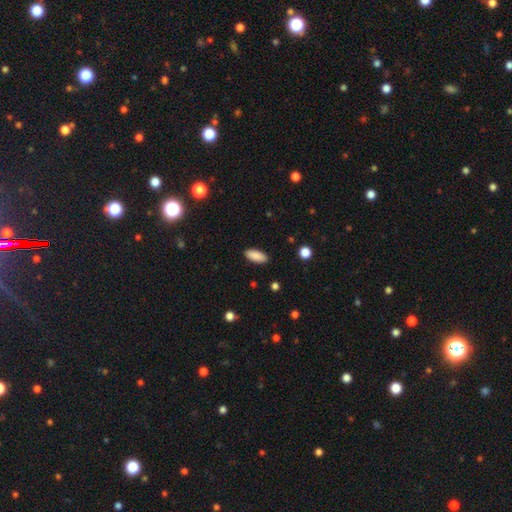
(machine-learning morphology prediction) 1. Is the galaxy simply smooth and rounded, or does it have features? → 89% smooth, 7% star or artifact, 4% featured or disk.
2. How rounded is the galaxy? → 84% in between, 15% cigar-shaped, 2% round.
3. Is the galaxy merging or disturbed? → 90% none, 8% minor disturbance, 2% major disturbance, 1% merger.